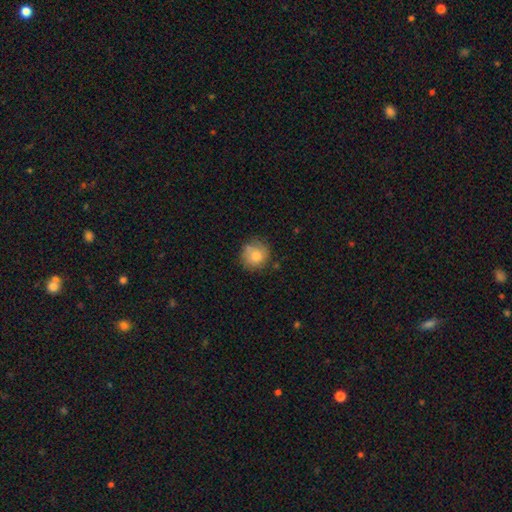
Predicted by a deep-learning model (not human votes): Q: Smooth or featured?
A: smooth (74%); runner-up: featured or disk (17%)
Q: How rounded?
A: round (89%); runner-up: in between (10%)
Q: Merging?
A: none (72%); runner-up: minor disturbance (20%)